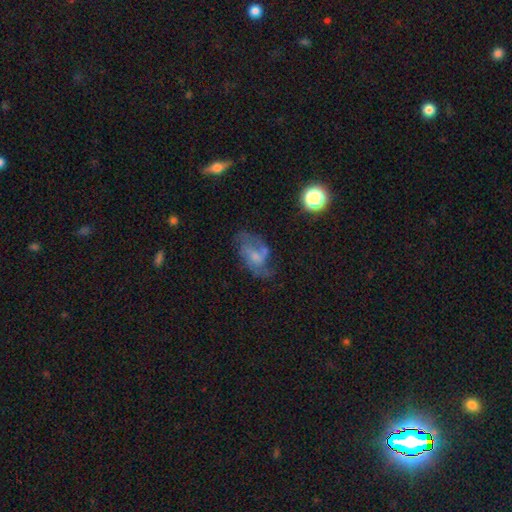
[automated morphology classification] A featured or disk galaxy (66%) with no bar (52%), 2 (54%) medium (44%) spiral arms (81%) and a small central bulge (48%).

Vote fractions:
- Smooth or featured? featured or disk: 66% / smooth: 24% / star or artifact: 10%
- Edge-on disk? no: 97% / yes: 3%
- Bar? no: 52% / weak: 40% / strong: 7%
- Spiral arms? yes: 81% / no: 19%
- Spiral winding? medium: 44% / loose: 38% / tight: 18%
- Spiral arm count? 2: 54% / can't tell: 22% / 3: 11% / 1: 7% / 4: 3% / more than 4: 3%
- Bulge size? small: 48% / moderate: 31% / none: 16% / large: 4% / dominant: 1%
- Merging? none: 45% / major disturbance: 25% / minor disturbance: 24% / merger: 6%